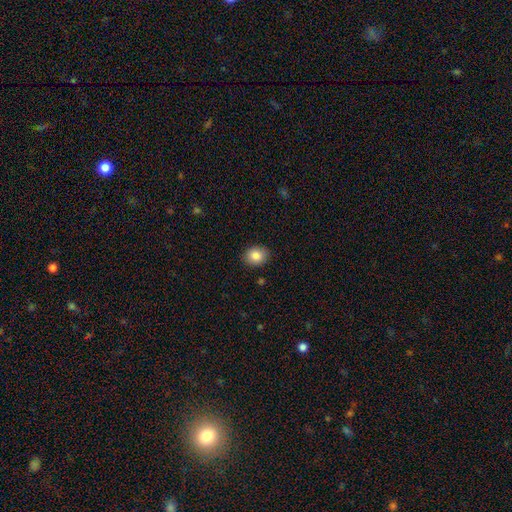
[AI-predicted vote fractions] The model was most divided on "how rounded": round: 57%, in between: 42%, cigar-shaped: 1%. More confident: merging — none (88%); smooth or featured — smooth (86%).